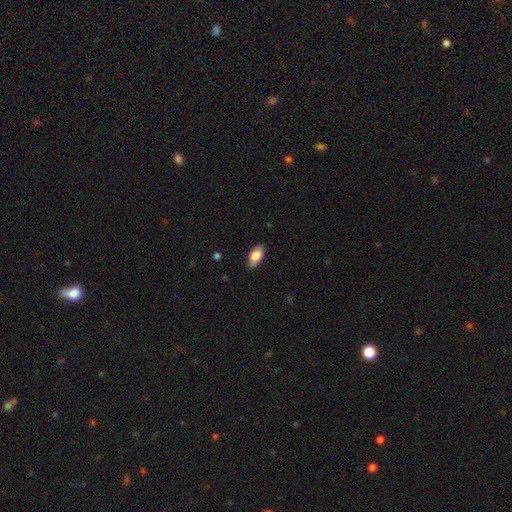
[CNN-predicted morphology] A smooth galaxy with no disk features (85%) that is in between round and cigar-shaped (92%).

Vote fractions:
- Smooth or featured? smooth: 85% / featured or disk: 8% / star or artifact: 6%
- How rounded? in between: 92% / cigar-shaped: 5% / round: 3%
- Merging? none: 83% / minor disturbance: 14% / major disturbance: 2% / merger: 1%